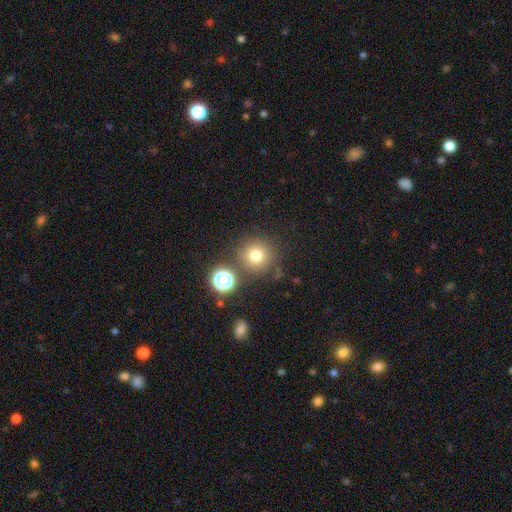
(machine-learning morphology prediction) The model was most divided on "smooth or featured": smooth: 76%, star or artifact: 15%, featured or disk: 9%. More confident: how rounded — round (95%); merging — none (81%).